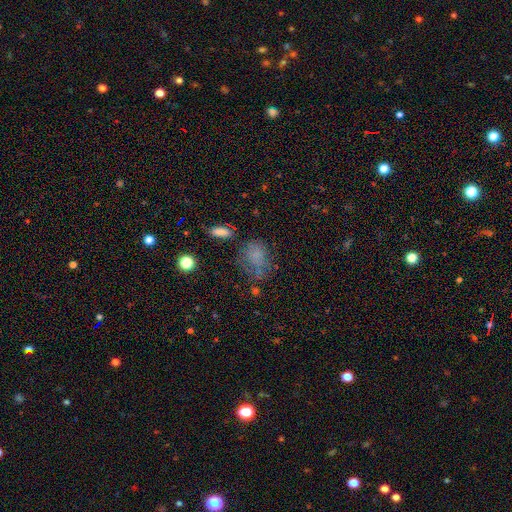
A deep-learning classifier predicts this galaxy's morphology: Smooth or featured? smooth (66%)
How rounded? in between (51%)
Merging? none (44%)